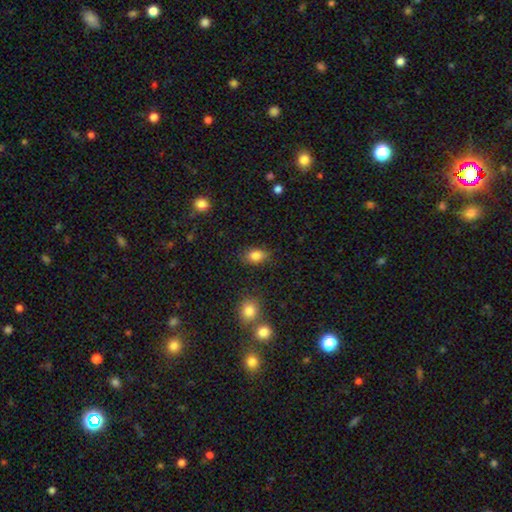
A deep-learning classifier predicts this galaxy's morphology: smooth_or_featured: smooth (p=0.84) [alt: star or artifact p=0.09]
how_rounded: in between (p=0.85) [alt: round p=0.13]
merging: none (p=0.82) [alt: minor disturbance p=0.13]